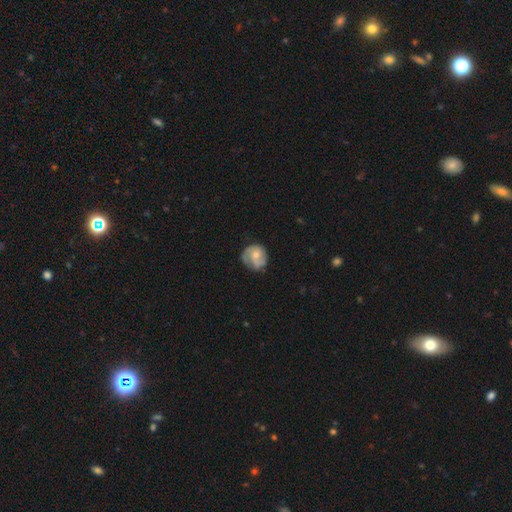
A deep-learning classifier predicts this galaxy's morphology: Smooth or featured: featured or disk — 59% (smooth — 34%)
Edge-on disk: no — 98% (yes — 2%)
Bar: no — 74% (weak — 22%)
Spiral arms: yes — 83% (no — 17%)
Bulge size: moderate — 53% (small — 40%)
Merging: none — 61% (minor disturbance — 26%)